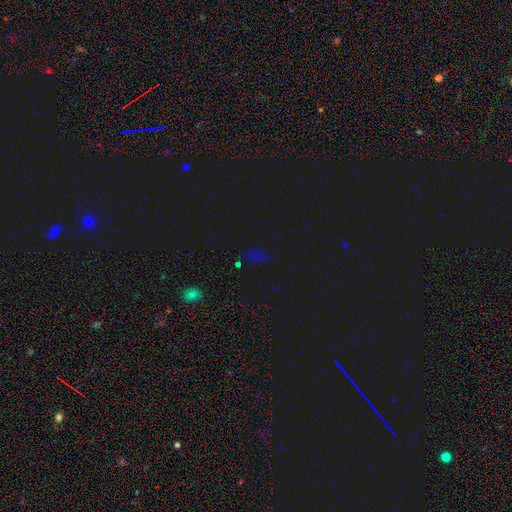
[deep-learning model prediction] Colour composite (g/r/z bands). It shows a star or artifact, not a galaxy (57%).